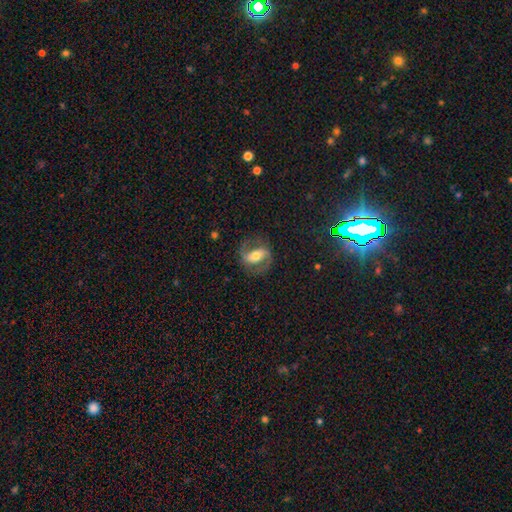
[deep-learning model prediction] featured or disk 68%, smooth 25%, star or artifact 8%. Down the decision tree: edge-on disk — no (94%); bar — strong (45%); spiral arms — yes (82%); spiral arm count — 2 (88%); spiral winding — medium (52%); bulge size — moderate (60%); merging — none (74%).